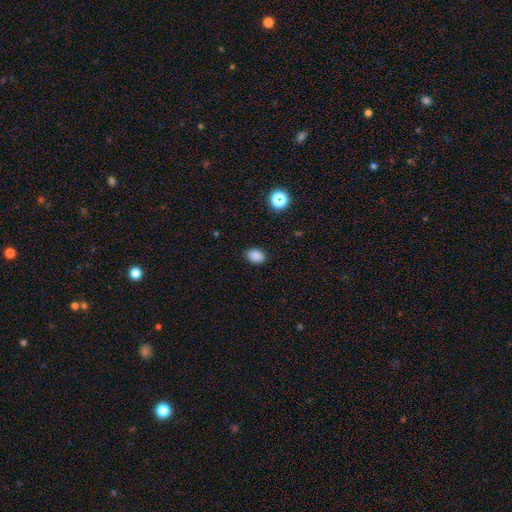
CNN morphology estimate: Q: Smooth or featured?
A: smooth (86%); runner-up: star or artifact (11%)
Q: How rounded?
A: in between (72%); runner-up: round (27%)
Q: Merging?
A: none (88%); runner-up: minor disturbance (8%)